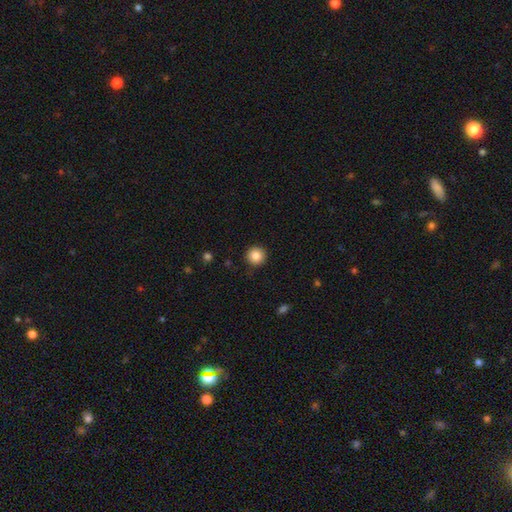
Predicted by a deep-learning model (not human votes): Smooth or featured: smooth — 85% (star or artifact — 9%)
How rounded: round — 95% (in between — 4%)
Merging: none — 91% (minor disturbance — 6%)